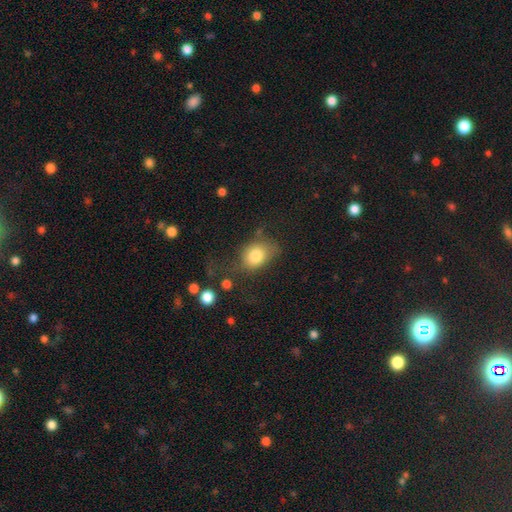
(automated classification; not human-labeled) Morphology: type=smooth (80%); roundness=in between (57%); merging=none (52%).